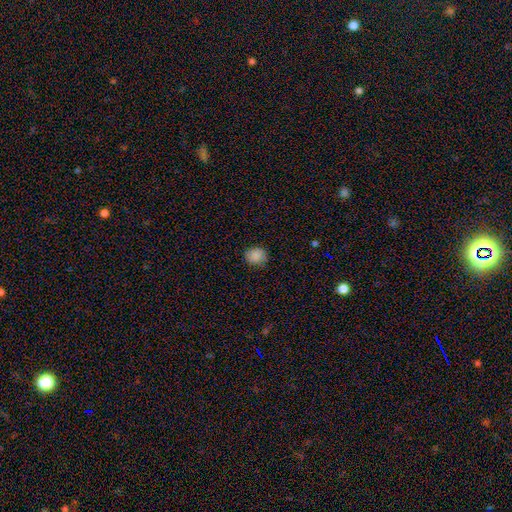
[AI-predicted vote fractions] Smooth or featured?
  - smooth: 86% *
  - star or artifact: 9%
  - featured or disk: 5%
How rounded?
  - round: 74% *
  - in between: 25%
  - cigar-shaped: 1%
Merging?
  - none: 81% *
  - minor disturbance: 15%
  - major disturbance: 3%
  - merger: 1%